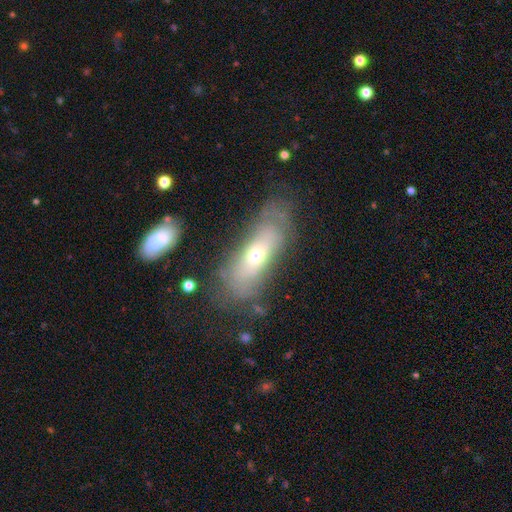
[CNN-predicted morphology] smooth-or-featured: featured or disk: 50% | smooth: 41% | star or artifact: 10%
  merging: none: 61% | minor disturbance: 22% | major disturbance: 13% | merger: 4%